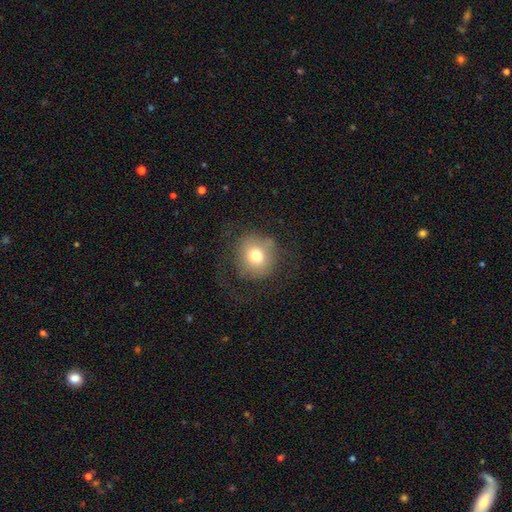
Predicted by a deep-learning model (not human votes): This appears to be a smooth galaxy with no disk features (71%) that is round (87%). Merging: none (63%).